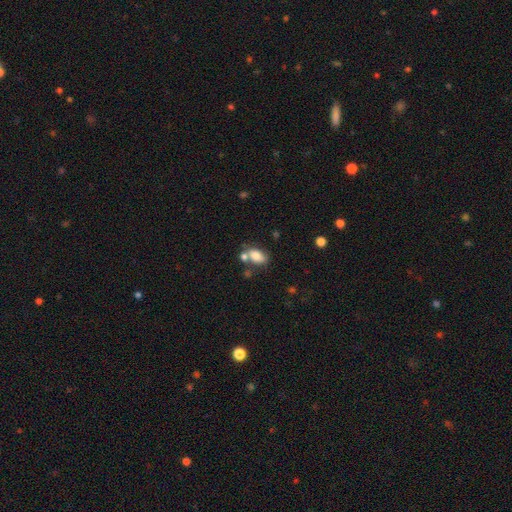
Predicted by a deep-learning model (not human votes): This is likely a smooth galaxy (78%). How rounded: clearly in between (86%). Merging: possibly none (51%).